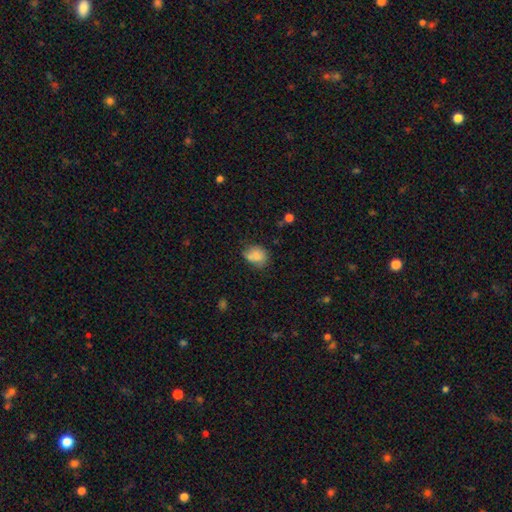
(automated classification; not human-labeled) The model was most divided on "how rounded": round: 54%, in between: 45%, cigar-shaped: 1%. More confident: smooth or featured — smooth (80%); merging — none (55%).